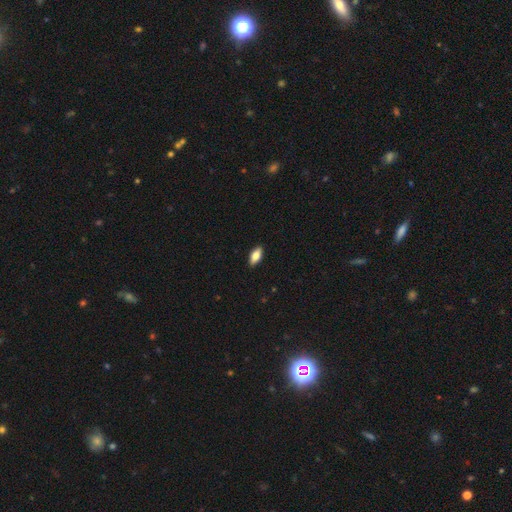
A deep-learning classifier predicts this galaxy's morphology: A smooth galaxy with no disk features (78%) that is in between round and cigar-shaped (86%).

Vote fractions:
- Smooth or featured? smooth: 78% / featured or disk: 15% / star or artifact: 7%
- How rounded? in between: 86% / cigar-shaped: 11% / round: 3%
- Merging? none: 89% / minor disturbance: 8% / major disturbance: 2% / merger: 1%